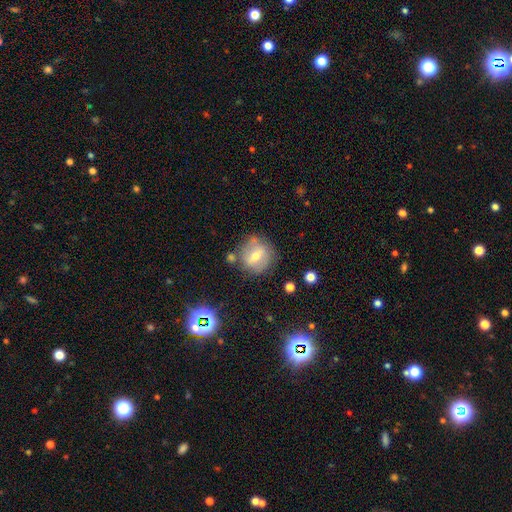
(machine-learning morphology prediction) Q: Smooth or featured?
A: smooth (45%); tied with: featured or disk (45%)
Q: Merging?
A: none (71%); runner-up: minor disturbance (17%)